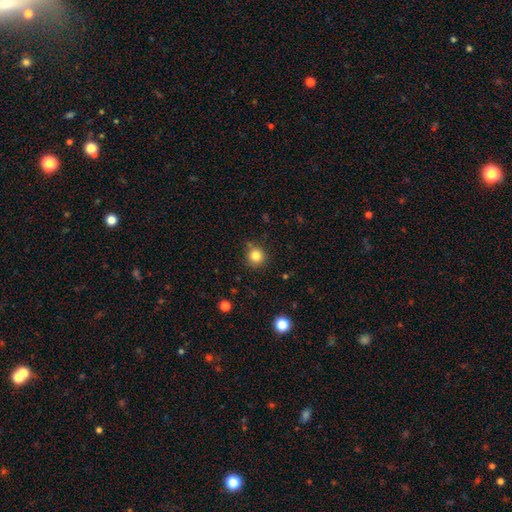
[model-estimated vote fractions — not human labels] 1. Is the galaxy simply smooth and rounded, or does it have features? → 83% smooth, 11% star or artifact, 6% featured or disk.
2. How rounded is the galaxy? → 93% round, 6% in between, 1% cigar-shaped.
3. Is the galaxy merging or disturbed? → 83% none, 11% minor disturbance, 4% merger, 3% major disturbance.